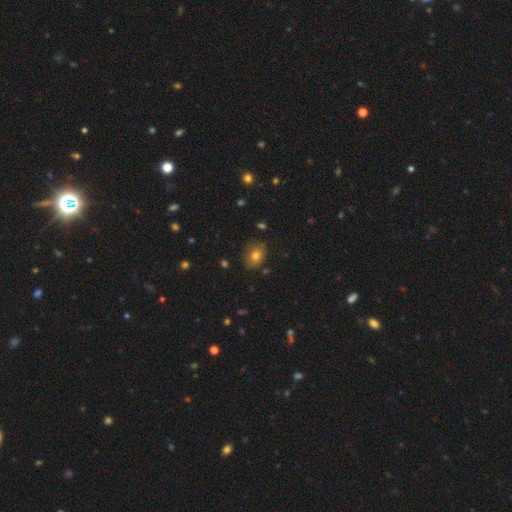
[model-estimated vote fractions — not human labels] This is likely a smooth galaxy (76%). How rounded: likely in between (60%). Merging: likely none (77%).